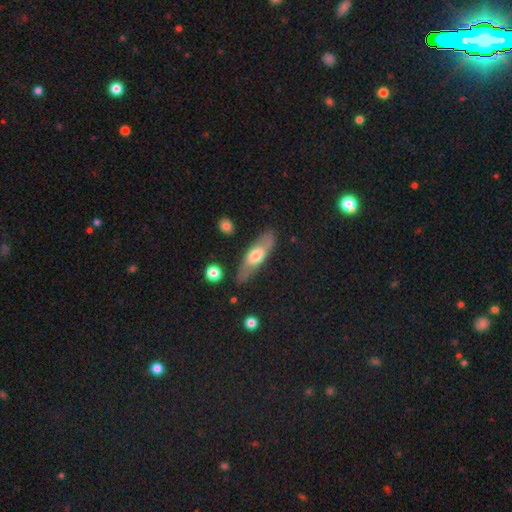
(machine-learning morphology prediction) A smooth galaxy with no disk features (51%) that is cigar-shaped (49%). Merging: none (74%).